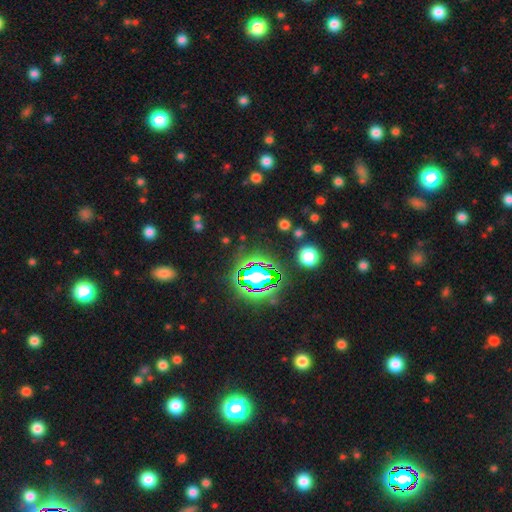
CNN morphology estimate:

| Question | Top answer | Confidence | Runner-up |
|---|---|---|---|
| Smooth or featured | star or artifact | 78% | smooth (15%) |